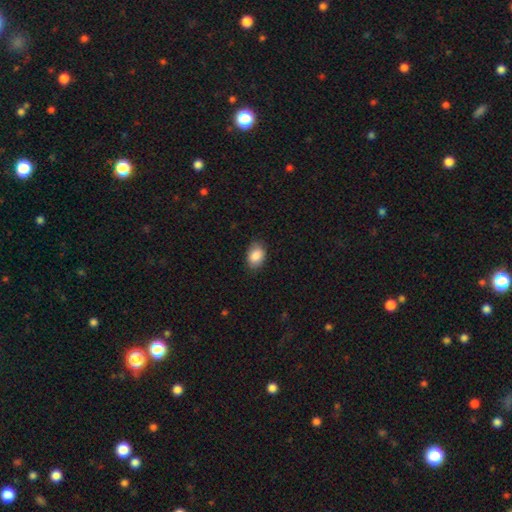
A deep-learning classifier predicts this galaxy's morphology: This appears to be a smooth galaxy with no disk features (88%) that is in between round and cigar-shaped (80%). Merging: none (83%).